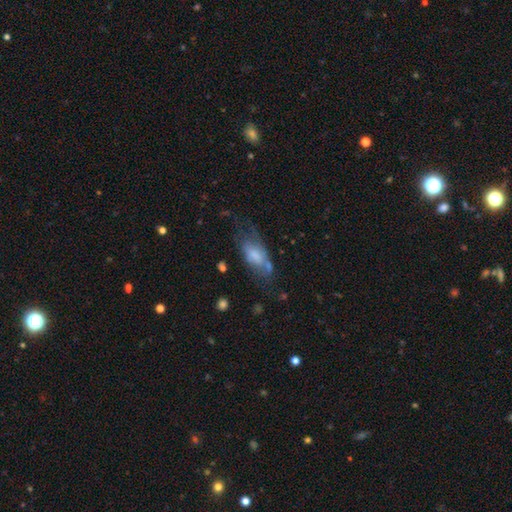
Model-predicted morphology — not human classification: The model was most divided on "merging": none: 38%, major disturbance: 29%, minor disturbance: 27%, merger: 6%. More confident: how rounded — in between (82%); smooth or featured — smooth (51%).